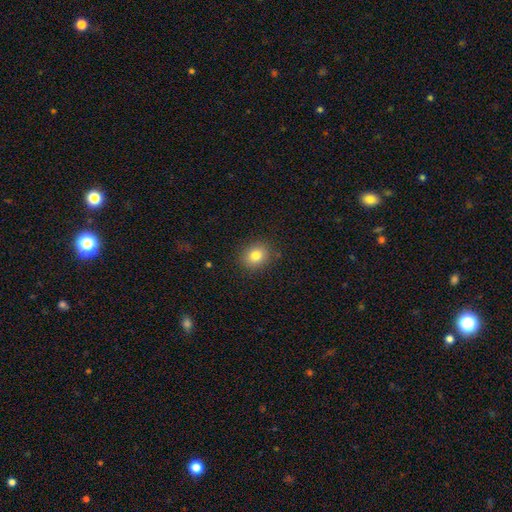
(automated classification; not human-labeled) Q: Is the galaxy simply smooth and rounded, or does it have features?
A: smooth — 82%.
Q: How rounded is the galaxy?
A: round — 61%.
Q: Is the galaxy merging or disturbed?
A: none — 87%.